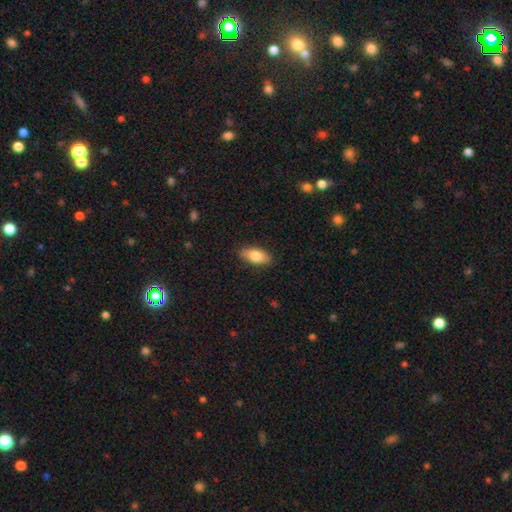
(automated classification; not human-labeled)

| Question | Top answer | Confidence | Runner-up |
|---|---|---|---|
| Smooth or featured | smooth | 81% | featured or disk (13%) |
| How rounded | in between | 88% | cigar-shaped (8%) |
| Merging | none | 86% | minor disturbance (11%) |